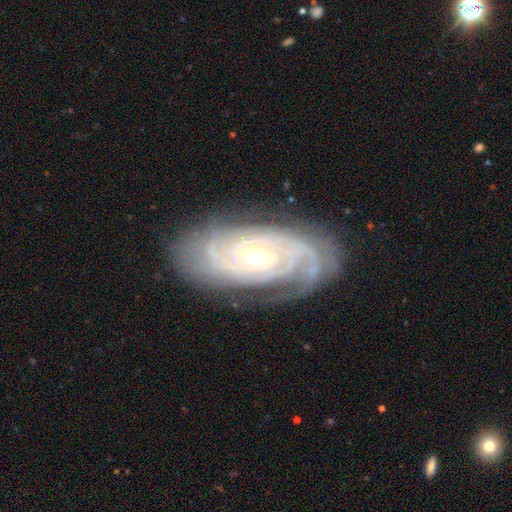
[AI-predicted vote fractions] A featured or disk galaxy (90%) with no bar (46%), 3 (28%) tight (78%) spiral arms (98%) and a small central bulge (59%). Merging: none (80%).